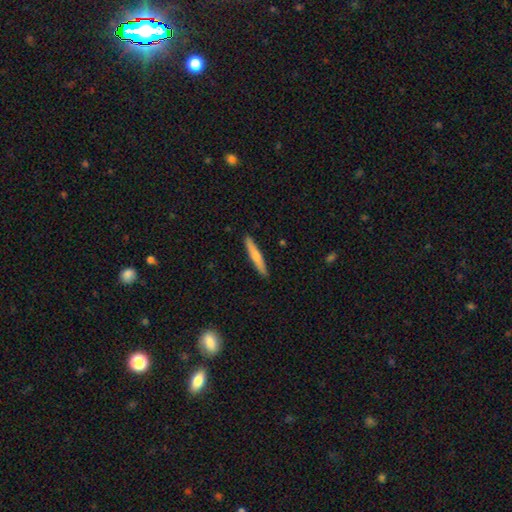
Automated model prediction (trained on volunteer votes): This appears to be a smooth galaxy with no disk features (63%) that is cigar-shaped (93%). Merging: none (90%).